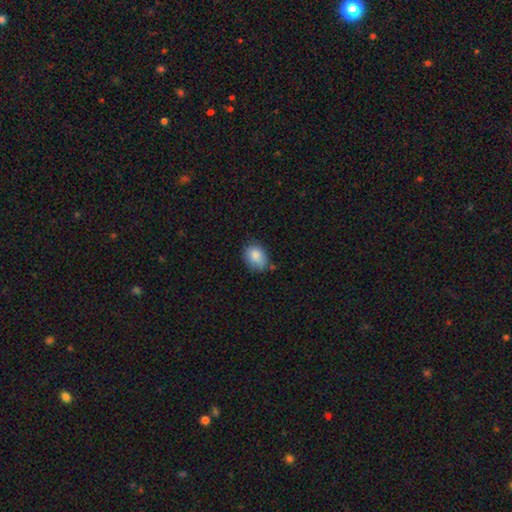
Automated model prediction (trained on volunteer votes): smooth 85%, star or artifact 8%, featured or disk 8%. Down the decision tree: how rounded — in between (68%); merging — none (65%).